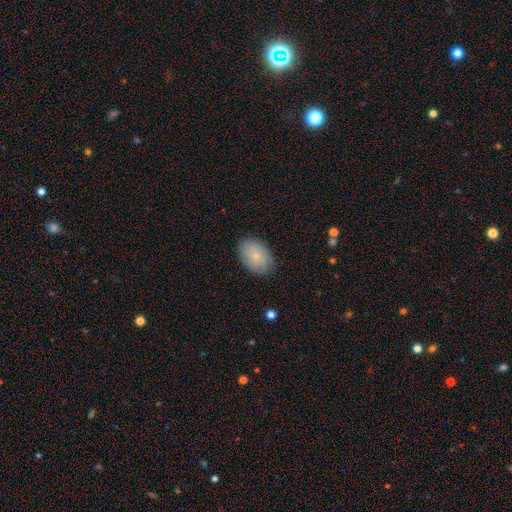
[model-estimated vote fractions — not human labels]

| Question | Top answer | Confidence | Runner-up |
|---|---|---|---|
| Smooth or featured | smooth | 75% | featured or disk (18%) |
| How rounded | in between | 81% | round (17%) |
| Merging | none | 81% | minor disturbance (15%) |